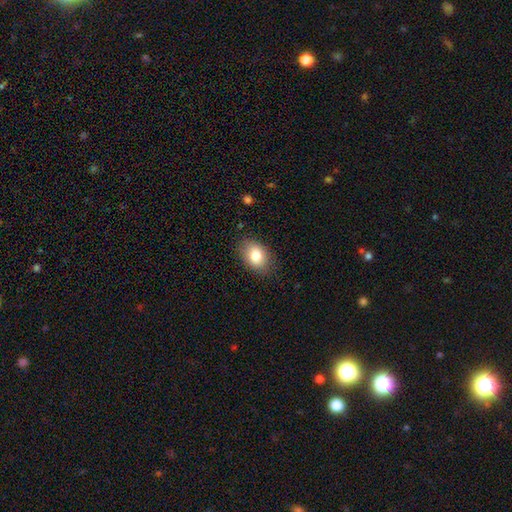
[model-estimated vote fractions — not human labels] A smooth galaxy with no disk features (80%) that is in between round and cigar-shaped (74%).

Vote fractions:
- Smooth or featured? smooth: 80% / featured or disk: 11% / star or artifact: 9%
- How rounded? in between: 74% / round: 25% / cigar-shaped: 1%
- Merging? none: 83% / minor disturbance: 13% / major disturbance: 3% / merger: 1%